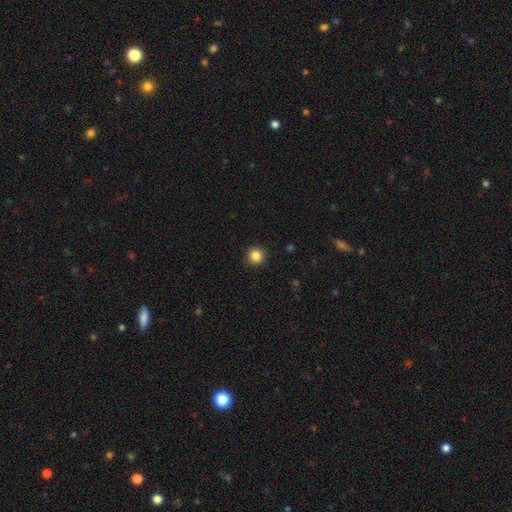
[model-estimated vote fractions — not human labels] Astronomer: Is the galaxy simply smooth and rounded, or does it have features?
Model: smooth — 85%.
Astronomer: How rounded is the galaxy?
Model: round — 95%.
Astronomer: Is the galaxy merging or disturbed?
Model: none — 92%.